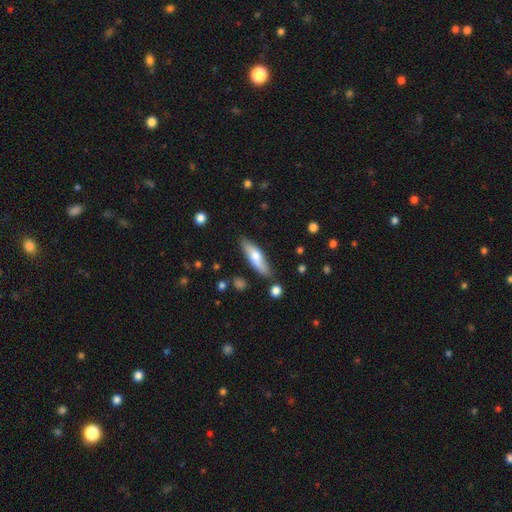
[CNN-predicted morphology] Overall: smooth (61%; featured or disk 33%). How rounded: cigar-shaped (60%; in between 38%). Merging: none (79%).